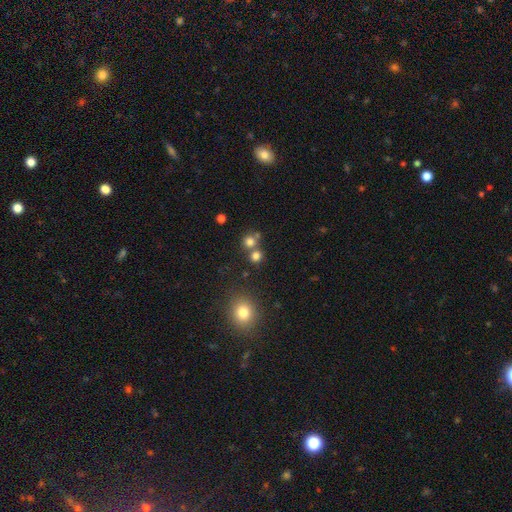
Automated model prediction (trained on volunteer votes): Smooth or featured?
  - smooth: 77% *
  - star or artifact: 16%
  - featured or disk: 7%
How rounded?
  - round: 88% *
  - in between: 11%
  - cigar-shaped: 1%
Merging?
  - none: 61% *
  - merger: 30%
  - minor disturbance: 7%
  - major disturbance: 3%